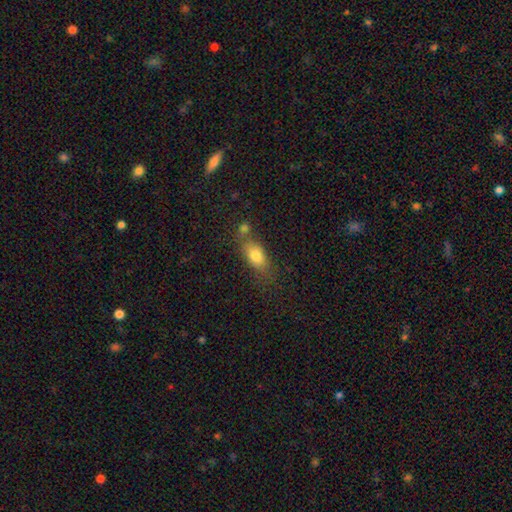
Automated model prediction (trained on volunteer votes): Smooth or featured? smooth (79%)
How rounded? in between (82%)
Merging? none (56%)